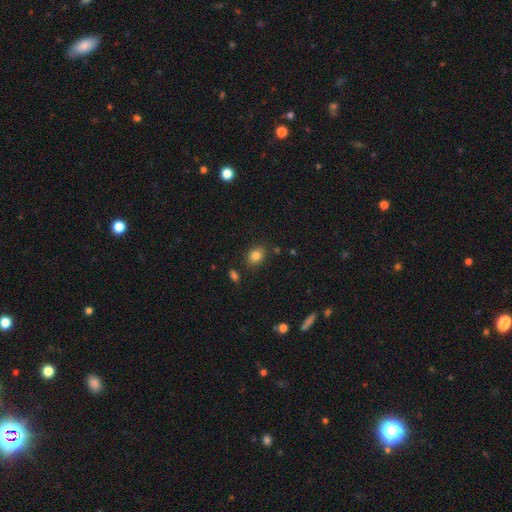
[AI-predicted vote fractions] This appears to be a smooth galaxy with no disk features (83%) that is in between round and cigar-shaped (55%). Merging: none (83%).